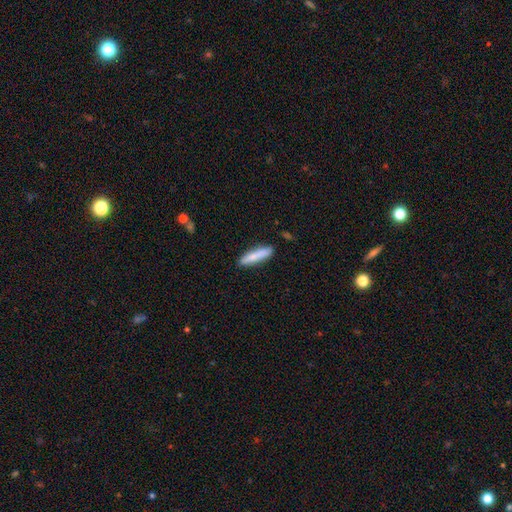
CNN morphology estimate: A smooth galaxy with no disk features (81%) that is cigar-shaped (84%). Merging: none (86%).